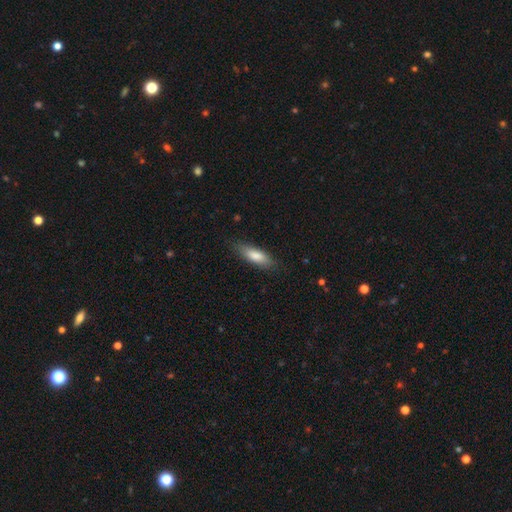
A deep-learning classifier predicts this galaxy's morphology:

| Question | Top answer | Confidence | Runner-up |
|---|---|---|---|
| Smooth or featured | smooth | 80% | featured or disk (14%) |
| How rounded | in between | 54% | cigar-shaped (44%) |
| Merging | none | 80% | minor disturbance (15%) |